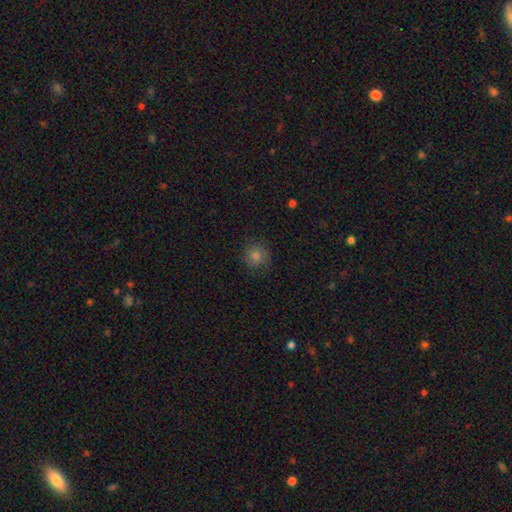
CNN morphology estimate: The model was most divided on "smooth or featured": smooth: 72%, star or artifact: 17%, featured or disk: 11%. More confident: how rounded — round (90%); merging — none (81%).